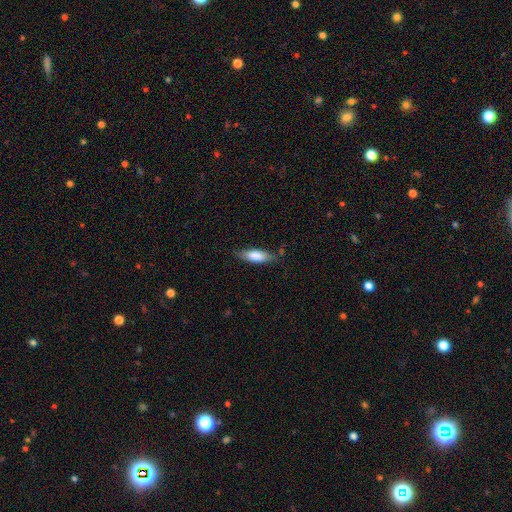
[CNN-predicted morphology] smooth_or_featured: smooth (p=0.78) [alt: featured or disk p=0.16]
how_rounded: in between (p=0.60) [alt: cigar-shaped p=0.38]
merging: none (p=0.73) [alt: minor disturbance p=0.20]